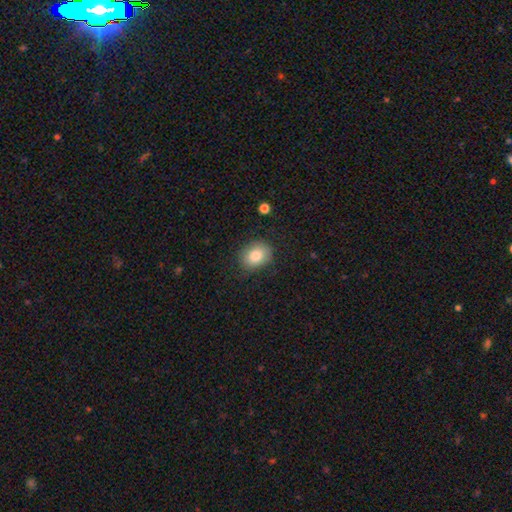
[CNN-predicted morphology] Smooth or featured?
  - smooth: 82% *
  - featured or disk: 9%
  - star or artifact: 9%
How rounded?
  - round: 51% *
  - in between: 48%
  - cigar-shaped: 1%
Merging?
  - none: 78% *
  - minor disturbance: 17%
  - major disturbance: 4%
  - merger: 1%